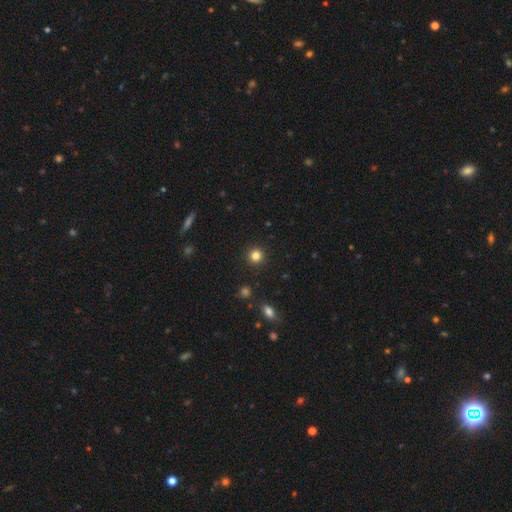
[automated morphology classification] type=smooth (82%); roundness=round (94%); merging=none (92%).